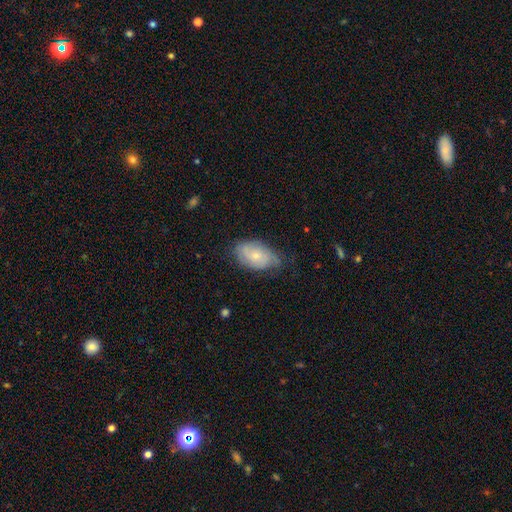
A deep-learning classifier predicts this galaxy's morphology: The model was most divided on "smooth or featured": featured or disk: 47%, smooth: 46%, star or artifact: 7%. More confident: merging — none (59%).